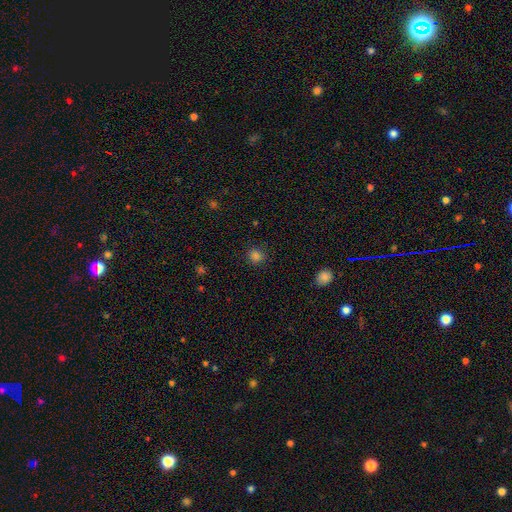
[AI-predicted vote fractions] A smooth galaxy with no disk features (80%) that is round (86%).

Vote fractions:
- Smooth or featured? smooth: 80% / star or artifact: 16% / featured or disk: 4%
- How rounded? round: 86% / in between: 13% / cigar-shaped: 1%
- Merging? none: 88% / minor disturbance: 8% / major disturbance: 2% / merger: 1%